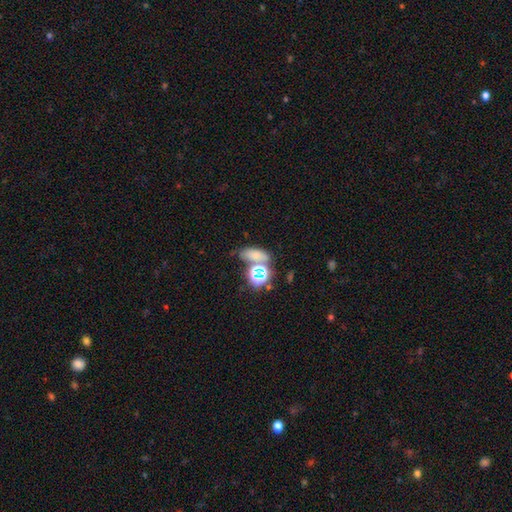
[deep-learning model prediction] Smooth or featured? Predicted: smooth (p=0.63). How rounded? Predicted: in between (p=0.73). Merging? Predicted: none (p=0.52).